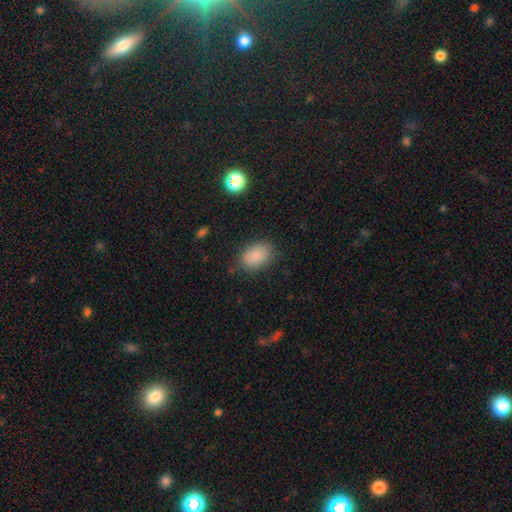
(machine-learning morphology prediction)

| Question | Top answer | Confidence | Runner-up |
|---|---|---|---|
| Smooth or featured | smooth | 87% | star or artifact (9%) |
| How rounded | in between | 84% | round (15%) |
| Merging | none | 79% | minor disturbance (15%) |